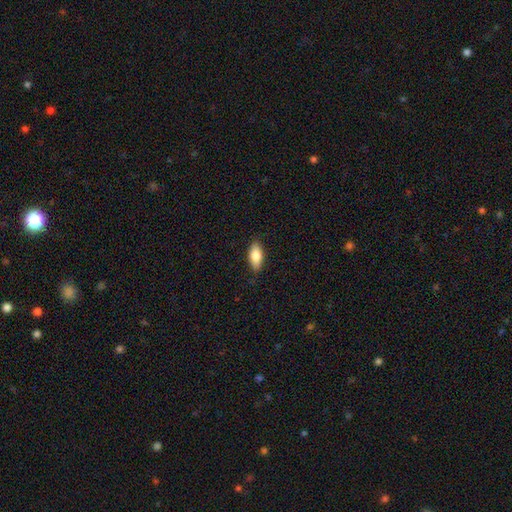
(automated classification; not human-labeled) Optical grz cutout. It shows a smooth galaxy with no disk features (80%) that is in between round and cigar-shaped (85%). Merging: none (85%).